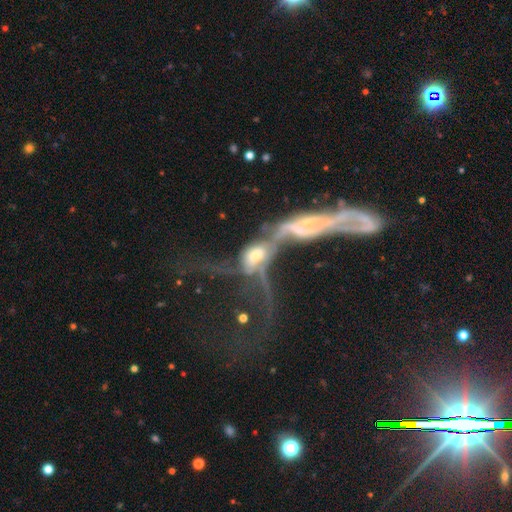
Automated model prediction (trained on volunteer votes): smooth_or_featured: featured or disk (p=0.60) [alt: smooth p=0.27]
disk_edge_on: no (p=0.82) [alt: yes p=0.18]
merging: merger (p=0.73) [alt: major disturbance p=0.16]